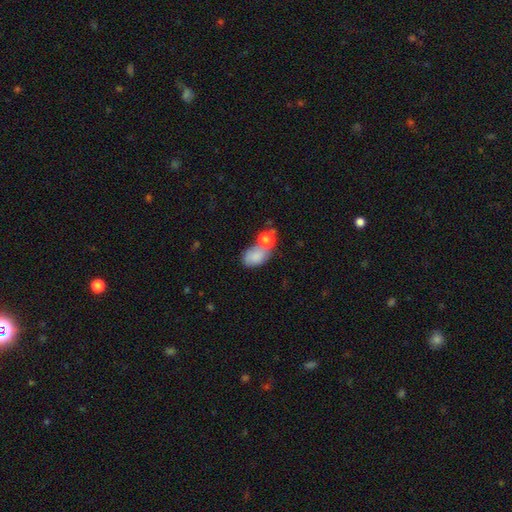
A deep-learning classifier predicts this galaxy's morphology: Smooth or featured: smooth — 80% (featured or disk — 10%)
How rounded: in between — 83% (round — 16%)
Merging: none — 40% (merger — 35%)